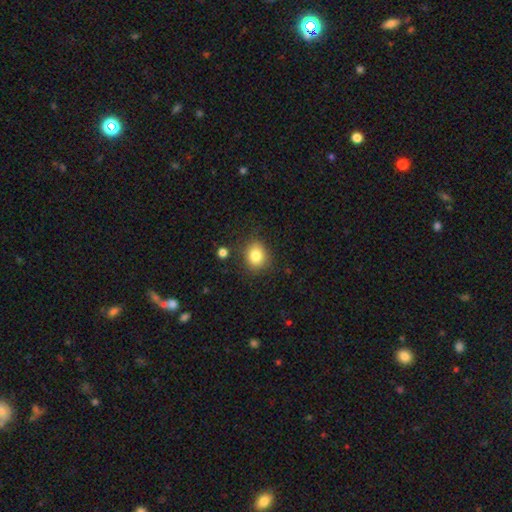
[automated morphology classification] Q: Smooth or featured?
A: smooth (82%); runner-up: star or artifact (10%)
Q: How rounded?
A: round (62%); runner-up: in between (37%)
Q: Merging?
A: none (82%); runner-up: minor disturbance (11%)